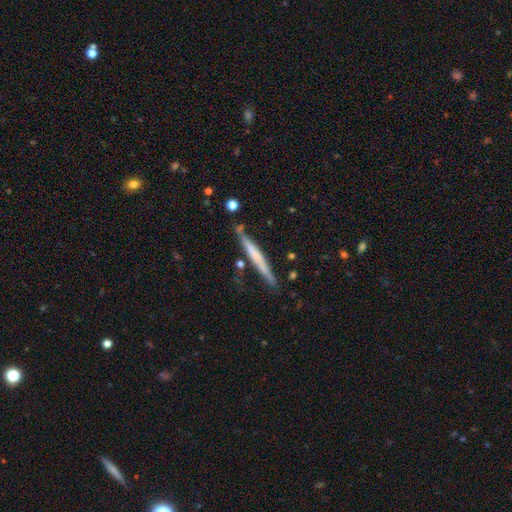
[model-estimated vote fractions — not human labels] This is possibly a featured or disk galaxy (48%). Merging: likely none (78%).